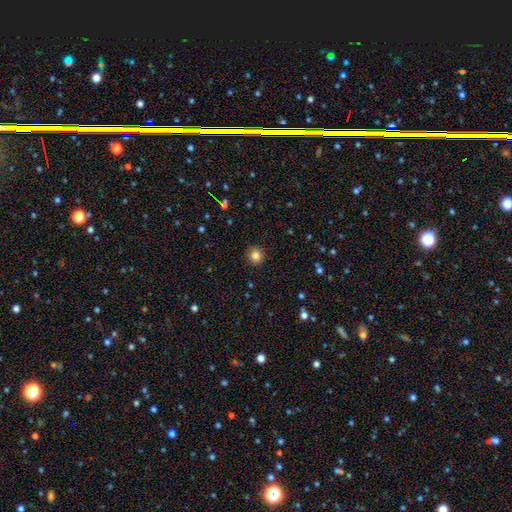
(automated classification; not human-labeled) Morphology: type=smooth (83%); roundness=round (94%); merging=none (92%).